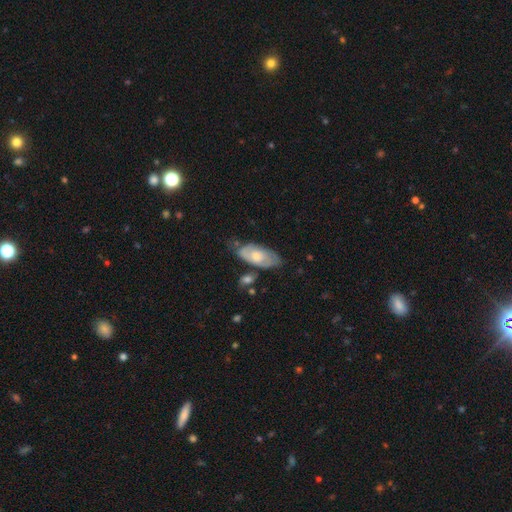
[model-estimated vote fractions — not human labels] This is possibly a featured or disk galaxy (48%). Merging: likely none (62%).